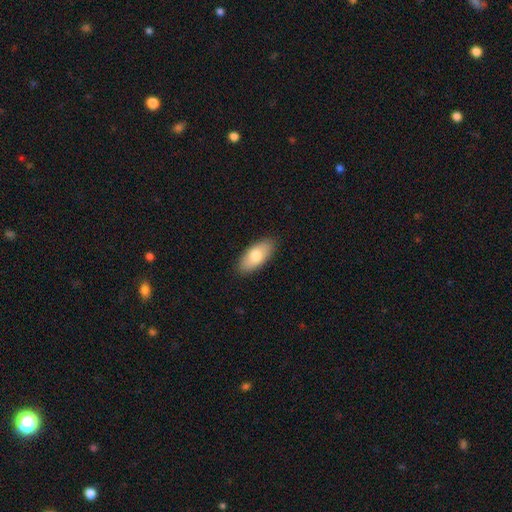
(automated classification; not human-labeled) Smooth or featured: smooth — 78% (featured or disk — 16%)
How rounded: in between — 89% (cigar-shaped — 8%)
Merging: none — 88% (minor disturbance — 9%)